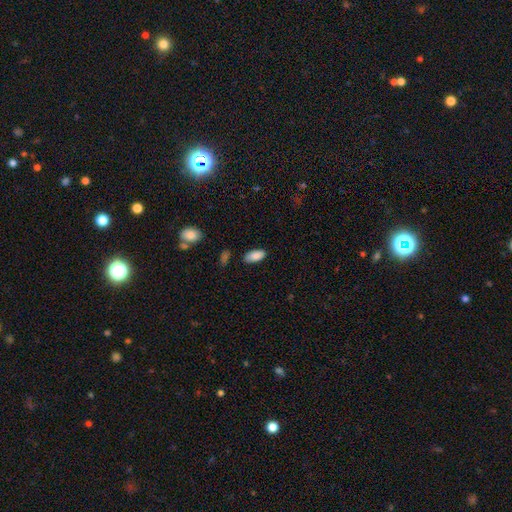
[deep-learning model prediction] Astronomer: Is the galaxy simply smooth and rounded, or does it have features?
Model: smooth — 87%.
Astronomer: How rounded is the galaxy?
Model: in between — 93%.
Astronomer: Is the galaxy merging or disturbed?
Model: none — 82%.